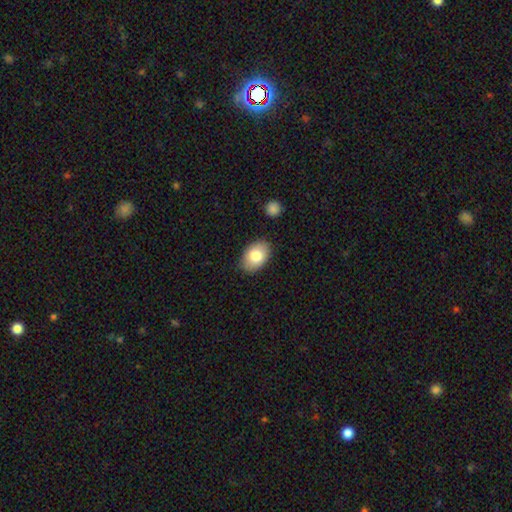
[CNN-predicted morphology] Smooth or featured? Predicted: smooth (p=0.82). How rounded? Predicted: in between (p=0.88). Merging? Predicted: none (p=0.86).